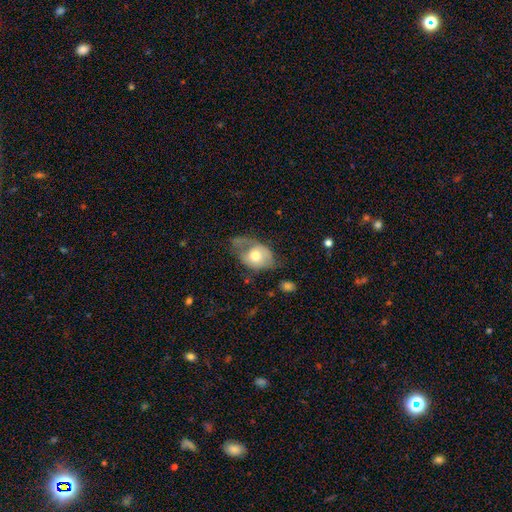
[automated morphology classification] Smooth or featured? Predicted: smooth (p=0.60). How rounded? Predicted: in between (p=0.72). Merging? Predicted: major disturbance (p=0.38).